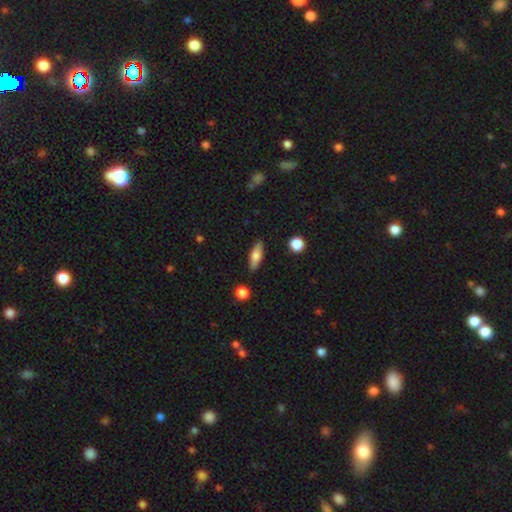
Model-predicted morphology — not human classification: A smooth galaxy with no disk features (66%) that is in between round and cigar-shaped (58%).

Vote fractions:
- Smooth or featured? smooth: 66% / featured or disk: 27% / star or artifact: 7%
- How rounded? in between: 58% / cigar-shaped: 39% / round: 4%
- Merging? none: 86% / minor disturbance: 9% / major disturbance: 2% / merger: 2%